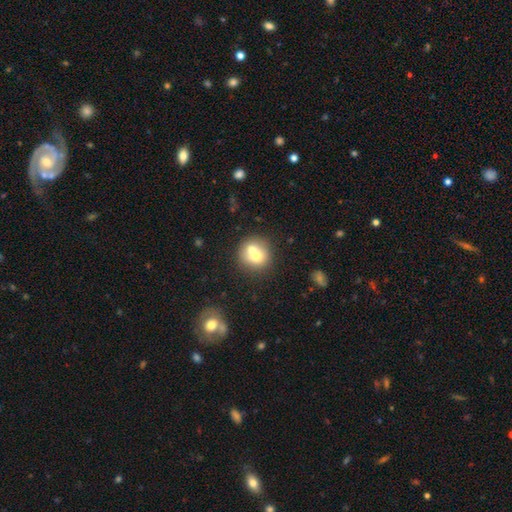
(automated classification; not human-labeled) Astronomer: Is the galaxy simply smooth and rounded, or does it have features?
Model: smooth — 65%.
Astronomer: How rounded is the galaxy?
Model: round — 85%.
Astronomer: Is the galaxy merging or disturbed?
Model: merger — 52% (runner-up: none, 38%).